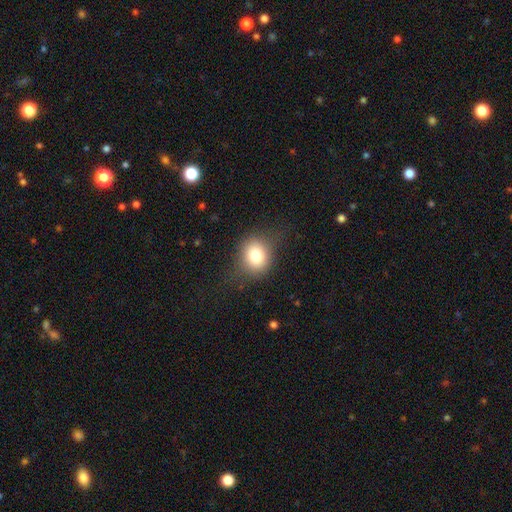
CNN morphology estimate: This appears to be a smooth galaxy with no disk features (78%) that is round (69%). Merging: none (74%).